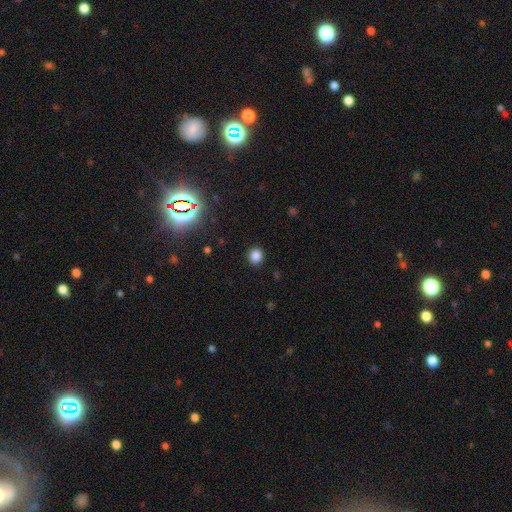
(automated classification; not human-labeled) Q: Smooth or featured?
A: smooth (83%); runner-up: star or artifact (14%)
Q: How rounded?
A: round (87%); runner-up: in between (12%)
Q: Merging?
A: none (91%); runner-up: minor disturbance (6%)